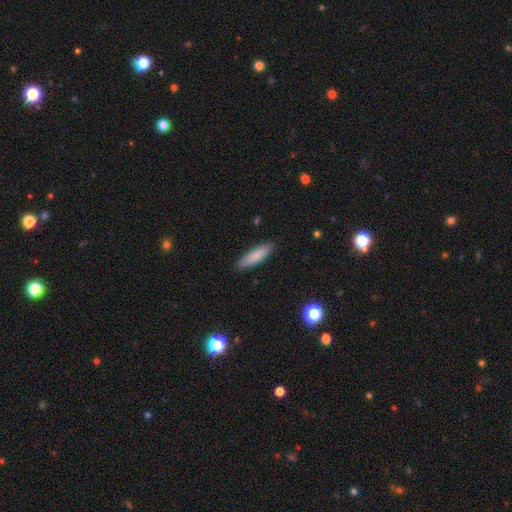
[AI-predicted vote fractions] Smooth or featured: smooth — 82% (featured or disk — 12%)
How rounded: cigar-shaped — 65% (in between — 33%)
Merging: none — 87% (minor disturbance — 10%)